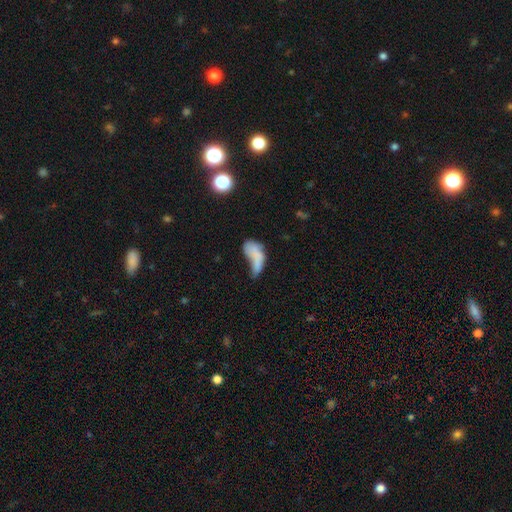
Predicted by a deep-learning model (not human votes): The model was most divided on "merging": major disturbance: 43%, minor disturbance: 21%, merger: 20%, none: 16%. More confident: how rounded — in between (81%); smooth or featured — smooth (60%).